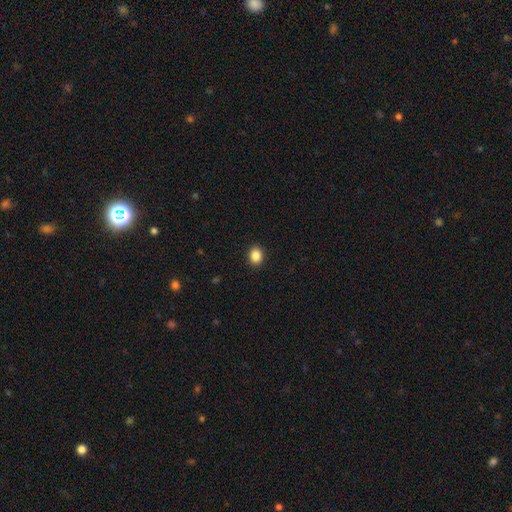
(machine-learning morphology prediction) The model was most divided on "how rounded": round: 61%, in between: 38%, cigar-shaped: 1%. More confident: merging — none (92%); smooth or featured — smooth (87%).